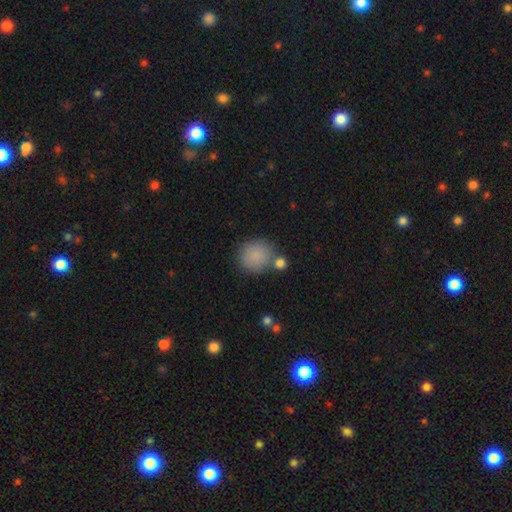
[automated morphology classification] A smooth galaxy with no disk features (87%) that is round (90%). Merging: none (68%).